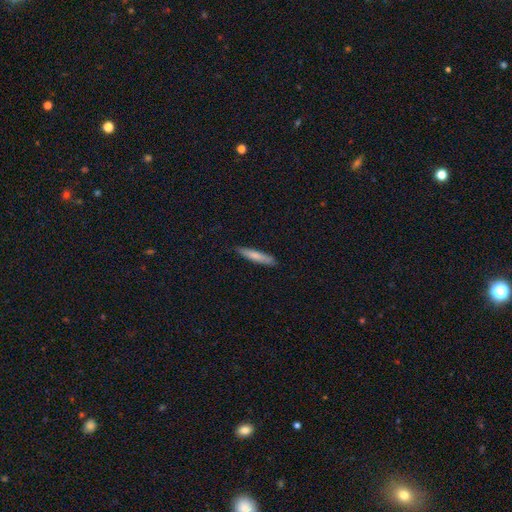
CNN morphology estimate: Q: Smooth or featured?
A: smooth (75%); runner-up: featured or disk (20%)
Q: How rounded?
A: cigar-shaped (89%); runner-up: in between (10%)
Q: Merging?
A: none (87%); runner-up: minor disturbance (10%)